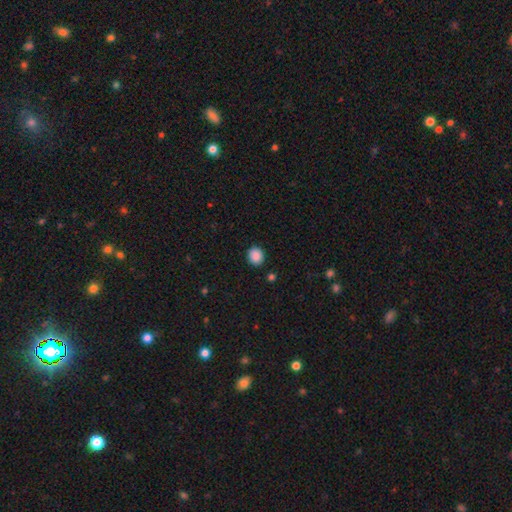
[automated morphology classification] A smooth galaxy with no disk features (88%) that is round (73%). Merging: none (90%).